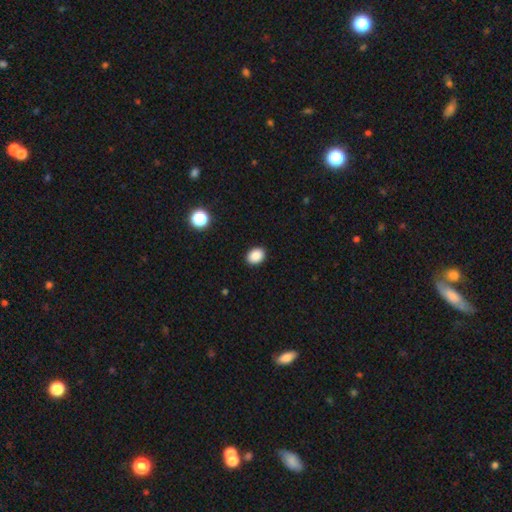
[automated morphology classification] This is clearly a smooth galaxy (88%). How rounded: likely in between (64%). Merging: clearly none (91%).